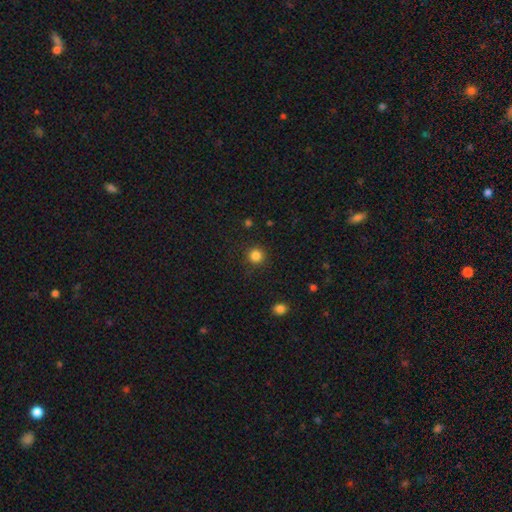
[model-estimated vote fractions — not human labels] Smooth or featured?
  - smooth: 84% *
  - star or artifact: 12%
  - featured or disk: 4%
How rounded?
  - round: 94% *
  - in between: 5%
  - cigar-shaped: 1%
Merging?
  - none: 90% *
  - minor disturbance: 6%
  - major disturbance: 2%
  - merger: 1%